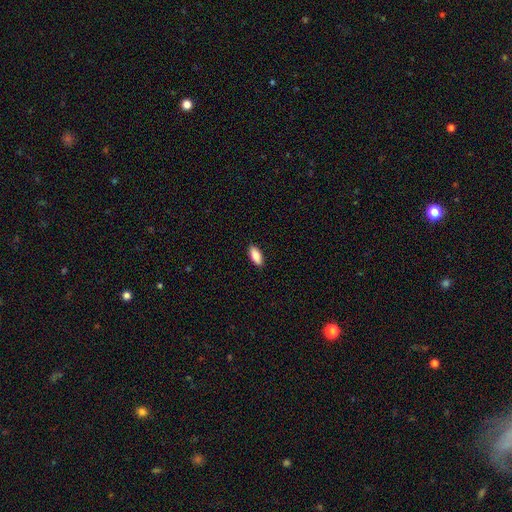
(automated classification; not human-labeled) Smooth or featured?
  - smooth: 84% *
  - featured or disk: 10%
  - star or artifact: 6%
How rounded?
  - in between: 82% *
  - cigar-shaped: 16%
  - round: 2%
Merging?
  - none: 90% *
  - minor disturbance: 8%
  - major disturbance: 2%
  - merger: 1%